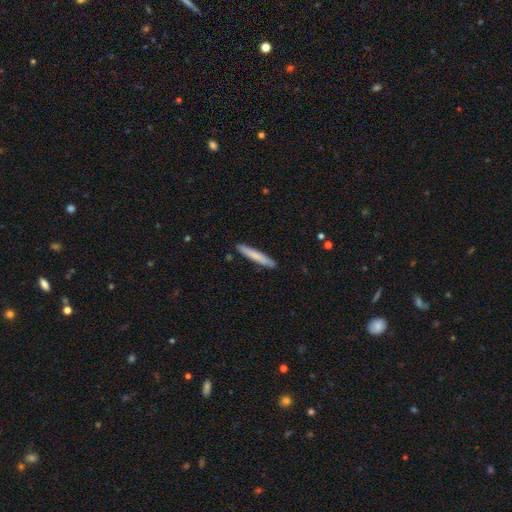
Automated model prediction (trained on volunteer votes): A smooth galaxy with no disk features (75%) that is cigar-shaped (95%). Merging: none (90%).